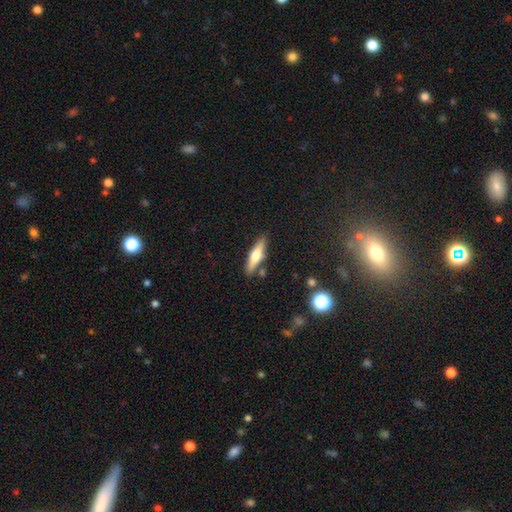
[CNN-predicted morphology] type=smooth (48%); merging=none (83%).